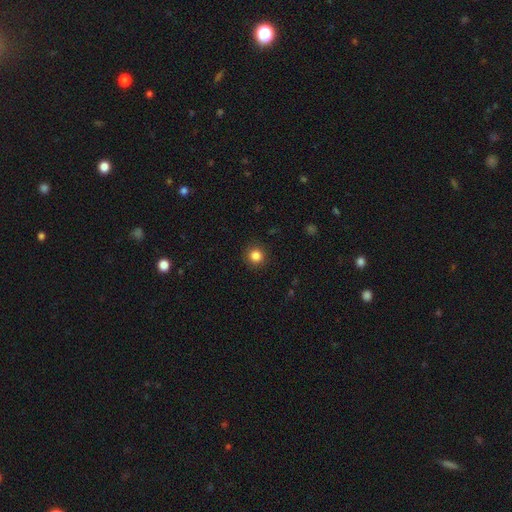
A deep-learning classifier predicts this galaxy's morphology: Overall: smooth (85%). How rounded: round (94%). Merging: none (91%).